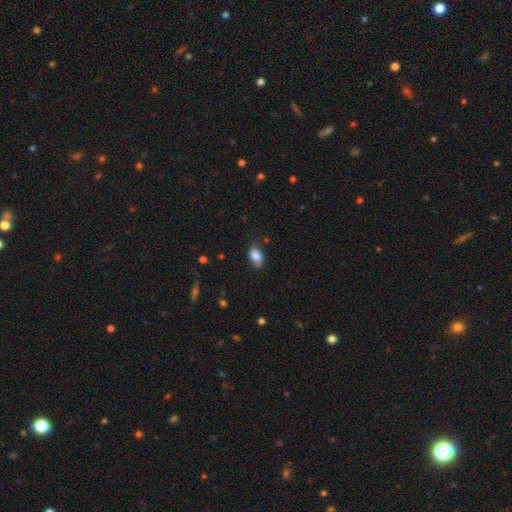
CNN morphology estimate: Smooth or featured: smooth — 84% (featured or disk — 8%)
How rounded: in between — 90% (round — 8%)
Merging: none — 74% (minor disturbance — 21%)